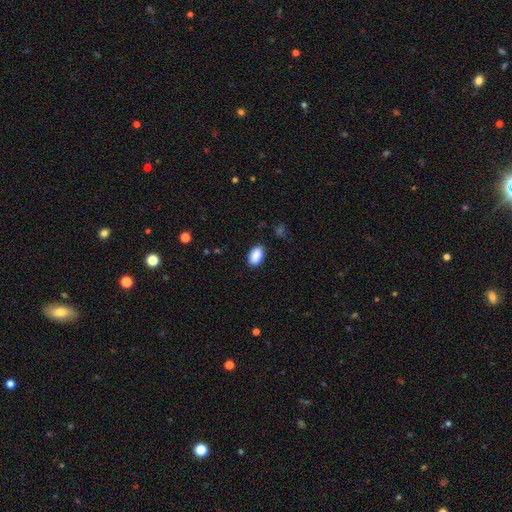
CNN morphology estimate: Smooth or featured? smooth (90%)
How rounded? in between (92%)
Merging? none (85%)